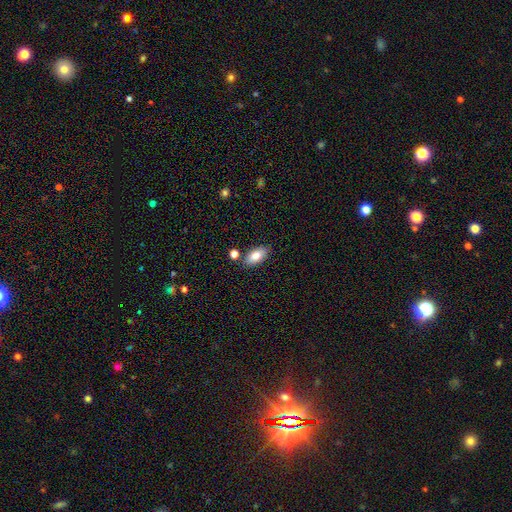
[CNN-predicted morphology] A smooth galaxy with no disk features (81%) that is in between round and cigar-shaped (90%). Merging: none (81%).